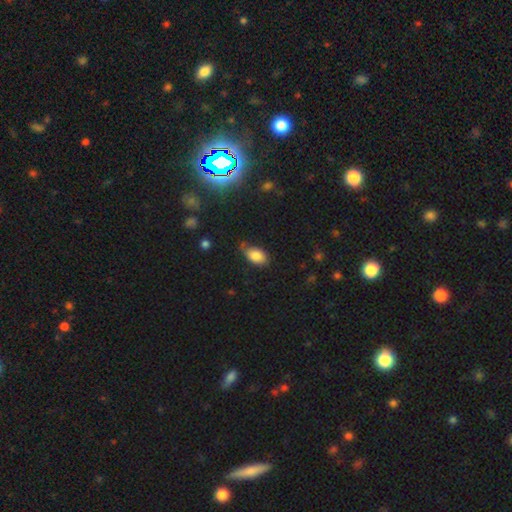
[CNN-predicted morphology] smooth-or-featured: smooth: 83% | star or artifact: 9% | featured or disk: 8%
  how-rounded: in between: 91% | round: 7% | cigar-shaped: 2%
  merging: none: 60% | minor disturbance: 30% | major disturbance: 6% | merger: 4%